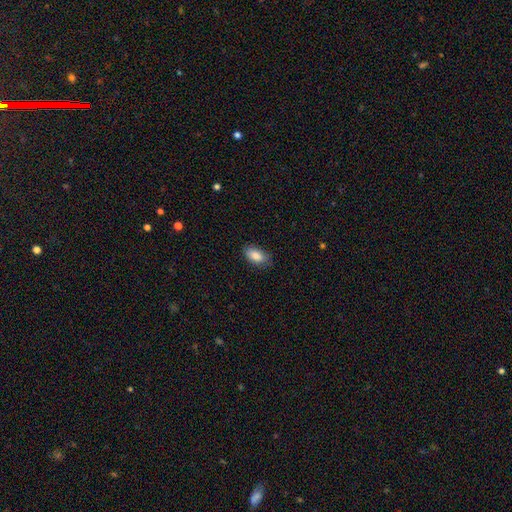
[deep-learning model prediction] Smooth or featured?
  - smooth: 87% *
  - star or artifact: 7%
  - featured or disk: 6%
How rounded?
  - in between: 91% *
  - cigar-shaped: 5%
  - round: 4%
Merging?
  - none: 79% *
  - minor disturbance: 17%
  - major disturbance: 3%
  - merger: 1%